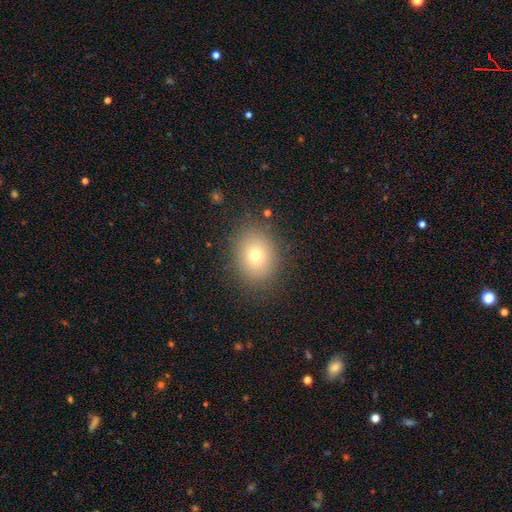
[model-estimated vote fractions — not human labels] smooth-or-featured: smooth: 73% | star or artifact: 14% | featured or disk: 13%
  how-rounded: round: 58% | in between: 41% | cigar-shaped: 1%
  merging: none: 86% | minor disturbance: 9% | major disturbance: 4% | merger: 1%